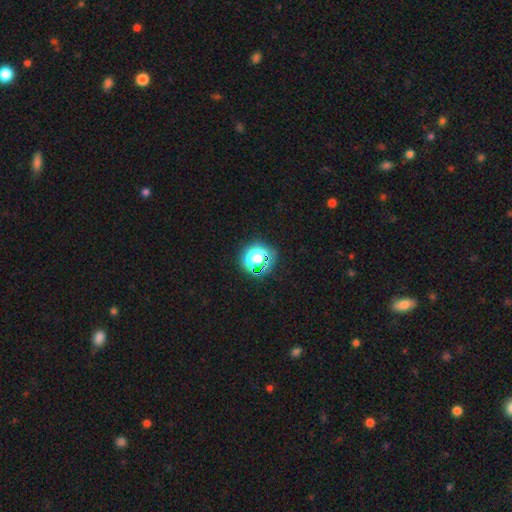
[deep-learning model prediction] This is possibly a star or artifact rather than a galaxy (46%).